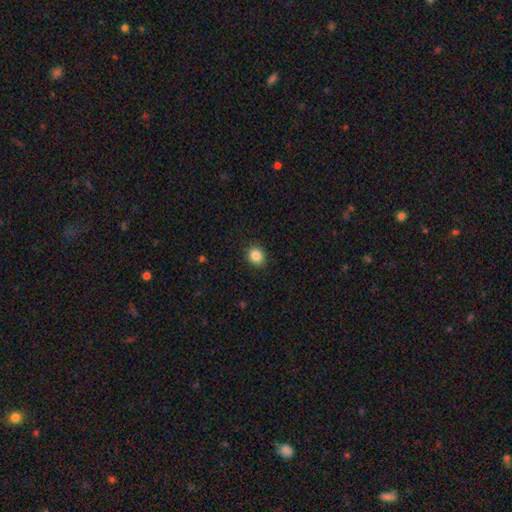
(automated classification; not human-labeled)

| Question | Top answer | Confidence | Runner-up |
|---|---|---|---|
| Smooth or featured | smooth | 86% | star or artifact (10%) |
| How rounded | round | 69% | in between (30%) |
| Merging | none | 90% | minor disturbance (7%) |